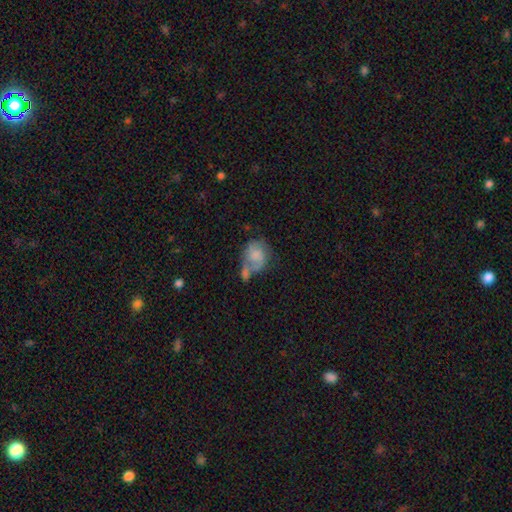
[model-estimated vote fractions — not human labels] Smooth or featured?
  - smooth: 51% *
  - featured or disk: 41%
  - star or artifact: 8%
How rounded?
  - round: 54% *
  - in between: 45%
  - cigar-shaped: 1%
Merging?
  - merger: 41% *
  - none: 24%
  - minor disturbance: 19%
  - major disturbance: 16%